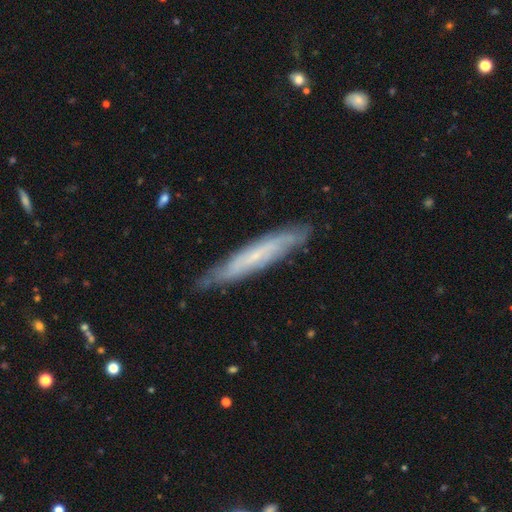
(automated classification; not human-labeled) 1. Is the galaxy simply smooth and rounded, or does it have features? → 60% featured or disk, 33% smooth, 6% star or artifact.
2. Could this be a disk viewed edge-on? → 62% yes, 38% no.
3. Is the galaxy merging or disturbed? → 78% none, 17% minor disturbance, 3% major disturbance, 1% merger.